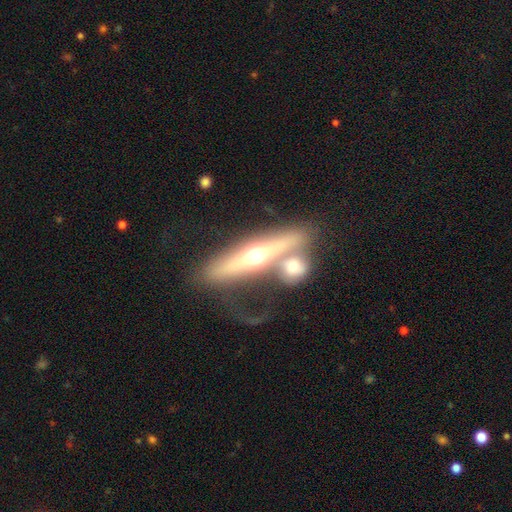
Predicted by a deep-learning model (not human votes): featured or disk 62%, smooth 31%, star or artifact 7%. Down the decision tree: edge-on disk — yes (84%); edge-on bulge — rounded (93%); merging — merger (42%).